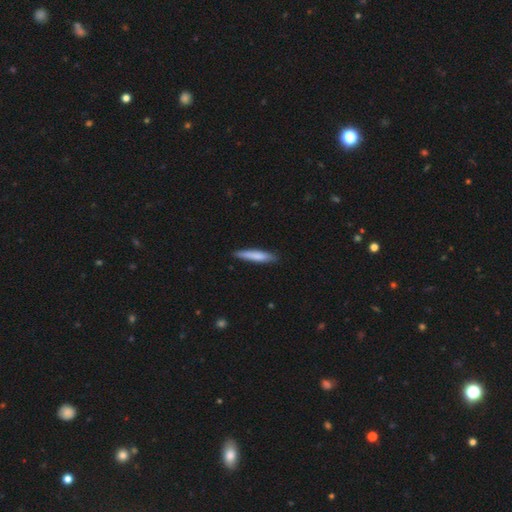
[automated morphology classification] Smooth or featured? smooth (77%)
How rounded? cigar-shaped (90%)
Merging? none (85%)